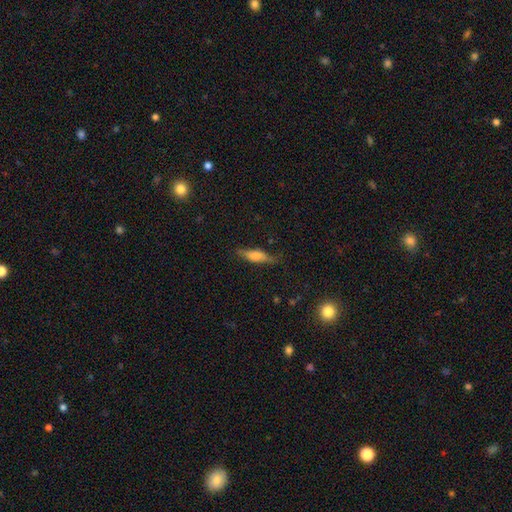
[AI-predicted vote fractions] This appears to be a smooth galaxy with no disk features (59%) that is cigar-shaped (56%). Merging: none (75%).